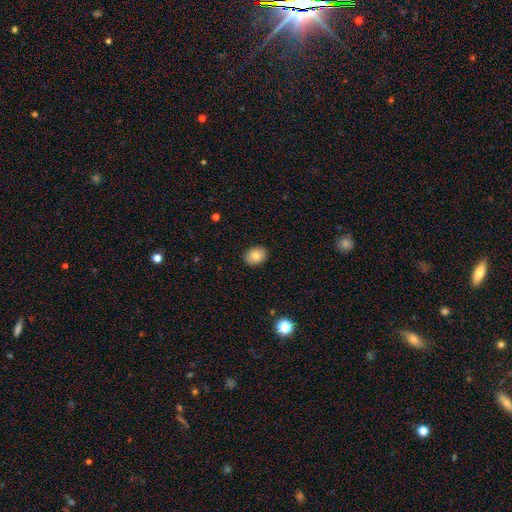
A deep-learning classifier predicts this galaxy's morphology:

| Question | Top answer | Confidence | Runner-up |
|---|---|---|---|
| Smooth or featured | smooth | 83% | featured or disk (9%) |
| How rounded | in between | 62% | round (37%) |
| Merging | none | 90% | minor disturbance (7%) |